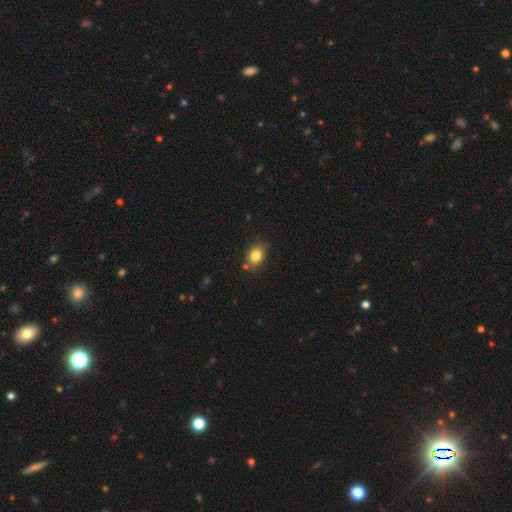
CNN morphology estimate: smooth 82%, star or artifact 10%, featured or disk 8%. Down the decision tree: how rounded — in between (52%); merging — none (74%).